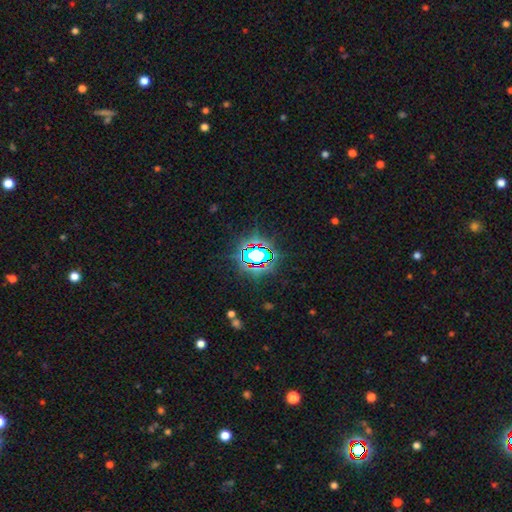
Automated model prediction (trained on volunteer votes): This is likely a star or artifact rather than a galaxy (72%).